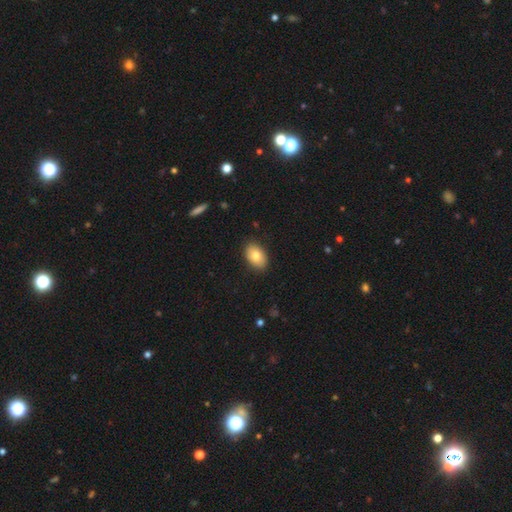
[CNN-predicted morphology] smooth_or_featured: smooth (p=0.80) [alt: featured or disk p=0.13]
how_rounded: in between (p=0.89) [alt: round p=0.10]
merging: none (p=0.87) [alt: minor disturbance p=0.10]